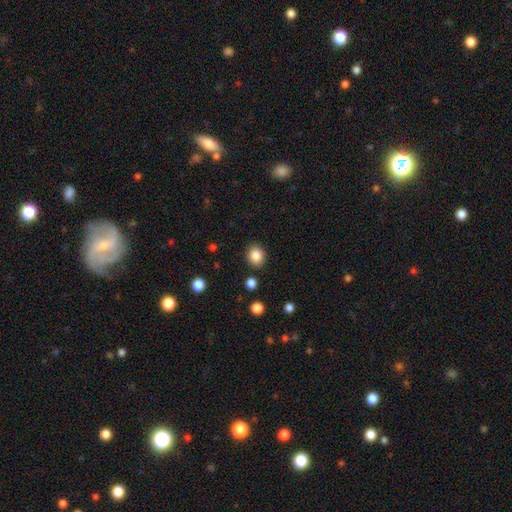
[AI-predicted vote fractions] Overall: smooth (85%). How rounded: round (74%). Merging: none (88%).